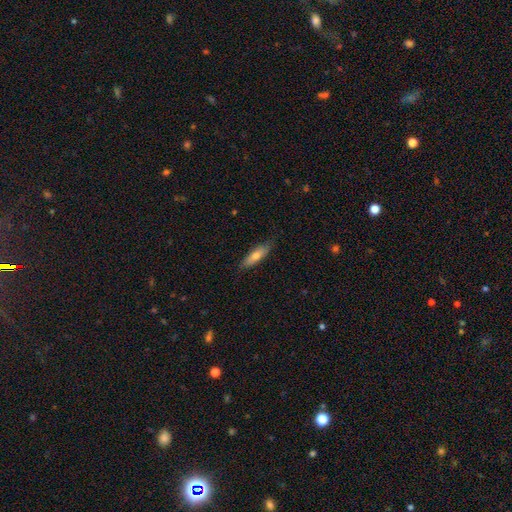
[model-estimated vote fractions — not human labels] A smooth galaxy with no disk features (67%) that is cigar-shaped (59%).

Vote fractions:
- Smooth or featured? smooth: 67% / featured or disk: 27% / star or artifact: 6%
- How rounded? cigar-shaped: 59% / in between: 39% / round: 2%
- Merging? none: 81% / minor disturbance: 16% / major disturbance: 2% / merger: 1%